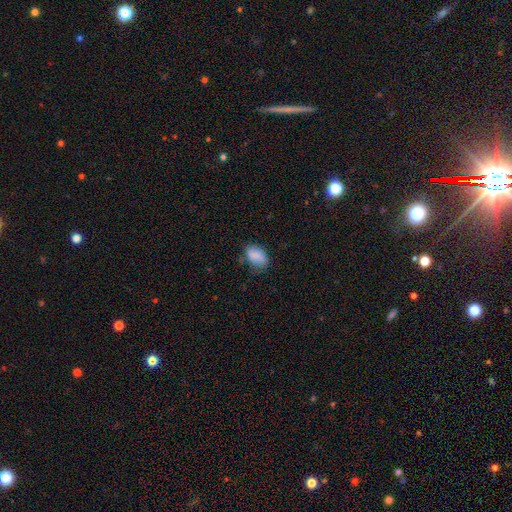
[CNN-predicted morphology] Smooth or featured? Predicted: smooth (p=0.84). How rounded? Predicted: in between (p=0.86). Merging? Predicted: none (p=0.58).